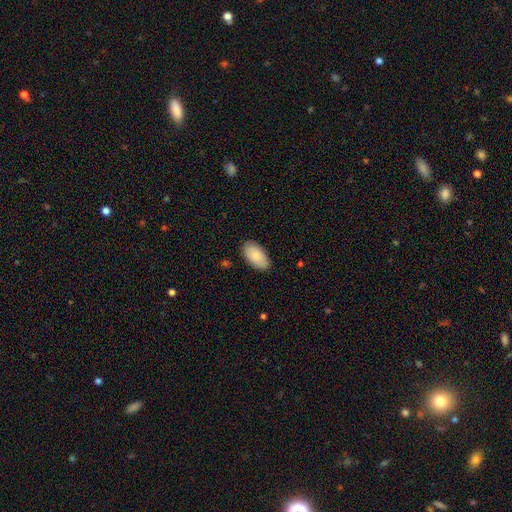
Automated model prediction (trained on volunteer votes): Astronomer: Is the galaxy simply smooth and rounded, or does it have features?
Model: smooth — 85%.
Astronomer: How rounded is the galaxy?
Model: in between — 95%.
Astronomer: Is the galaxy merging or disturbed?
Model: none — 85%.